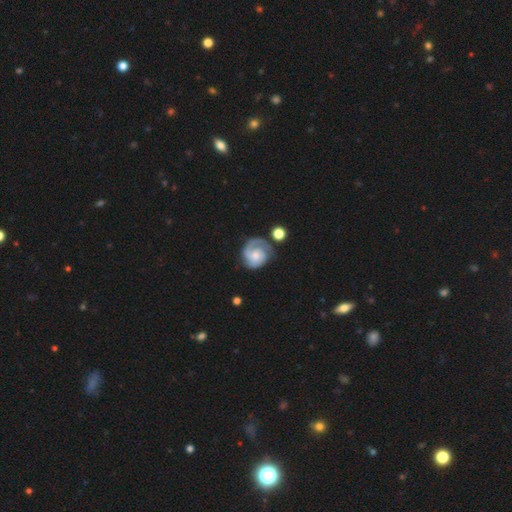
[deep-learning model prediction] Q: Smooth or featured?
A: featured or disk (78%); runner-up: smooth (16%)
Q: Edge-on disk?
A: no (98%); runner-up: yes (2%)
Q: Bar?
A: no (70%); runner-up: weak (26%)
Q: Spiral arms?
A: yes (95%); runner-up: no (5%)
Q: Spiral winding?
A: tight (58%); runner-up: medium (32%)
Q: Spiral arm count?
A: 2 (43%); runner-up: 1 (38%)
Q: Bulge size?
A: moderate (44%); runner-up: small (41%)
Q: Merging?
A: none (63%); runner-up: minor disturbance (21%)